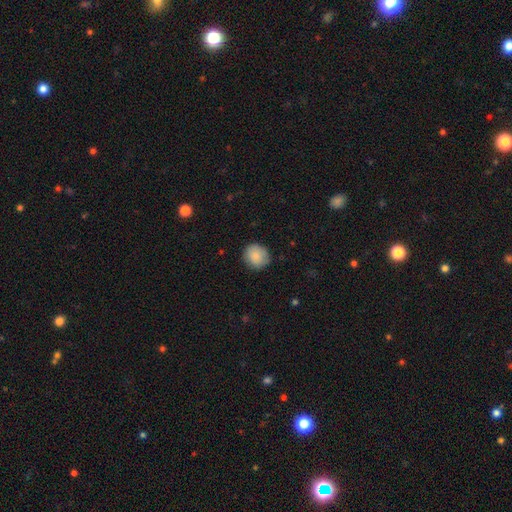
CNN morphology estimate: Smooth or featured?
  - smooth: 87% *
  - star or artifact: 7%
  - featured or disk: 6%
How rounded?
  - round: 88% *
  - in between: 11%
  - cigar-shaped: 1%
Merging?
  - none: 83% *
  - minor disturbance: 14%
  - major disturbance: 3%
  - merger: 1%